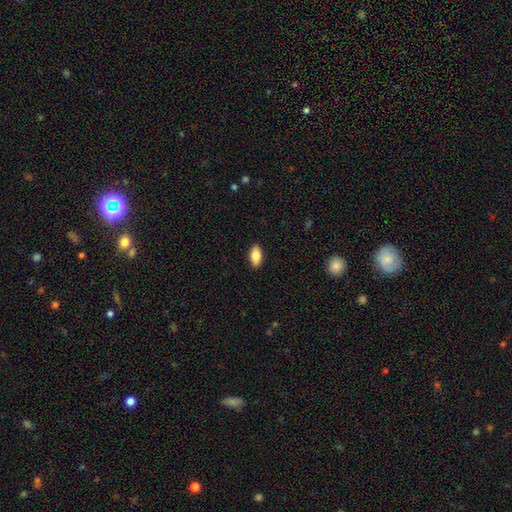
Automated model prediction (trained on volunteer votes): Morphology: type=smooth (84%); roundness=in between (91%); merging=none (90%).